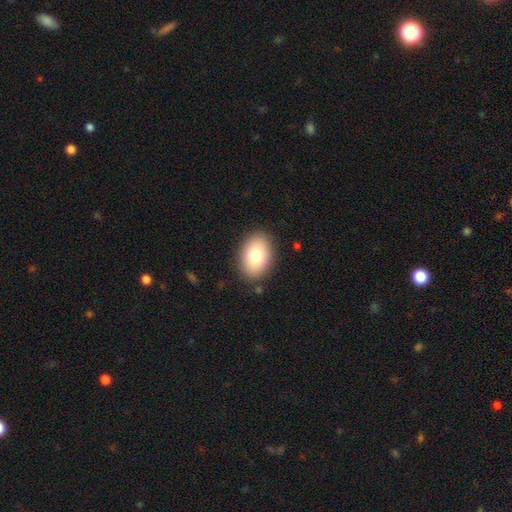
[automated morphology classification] A smooth galaxy with no disk features (78%) that is in between round and cigar-shaped (84%). Merging: none (87%).